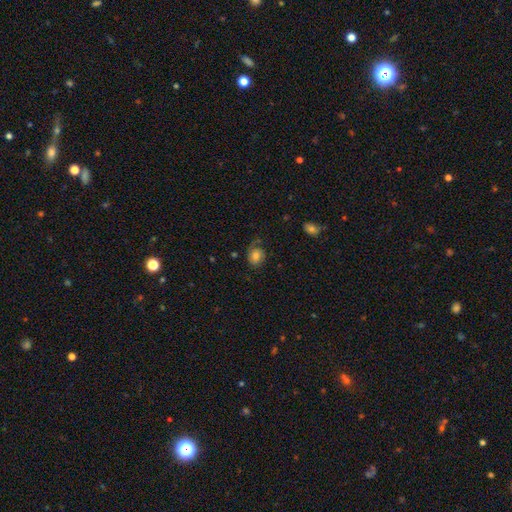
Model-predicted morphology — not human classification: smooth_or_featured: smooth (p=0.56) [alt: featured or disk p=0.35]
how_rounded: round (p=0.56) [alt: in between p=0.43]
merging: none (p=0.55) [alt: minor disturbance p=0.24]